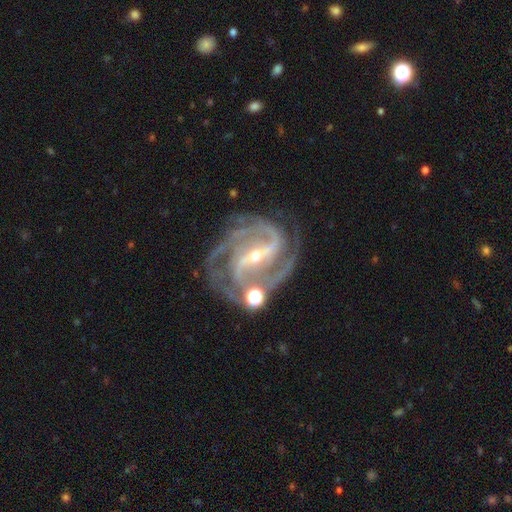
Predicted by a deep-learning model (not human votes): The model was most divided on "spiral arm count": 3: 36%, 2: 35%, 4: 13%, can't tell: 7%, more than 4: 4%, 1: 4%. Remaining: spiral arms — yes (98%); edge-on disk — no (97%); smooth or featured — featured or disk (92%); bulge size — small (72%); bar — strong (68%); merging — none (67%); spiral winding — tight (50%).